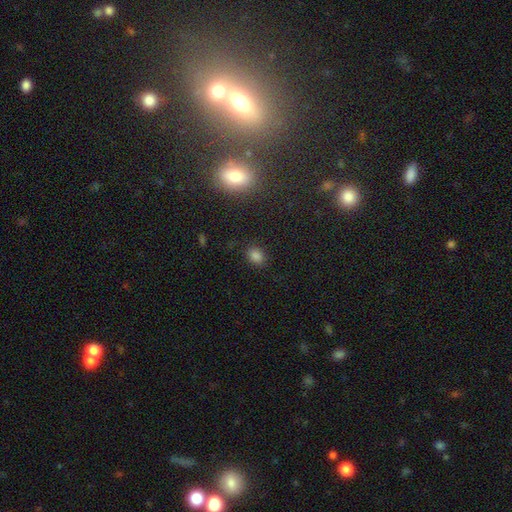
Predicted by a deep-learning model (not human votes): The model was most divided on "how rounded": in between: 62%, round: 37%, cigar-shaped: 1%. More confident: merging — none (83%); smooth or featured — smooth (80%).